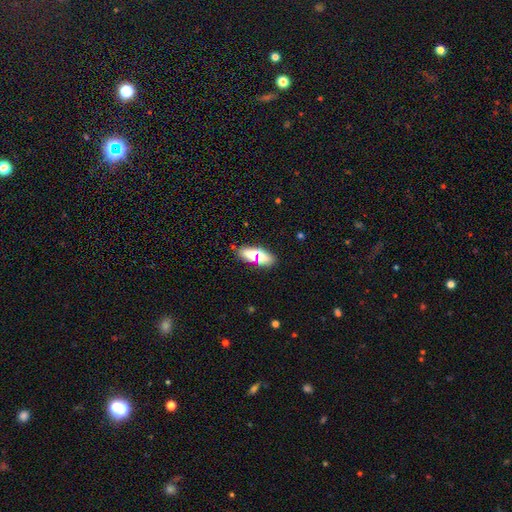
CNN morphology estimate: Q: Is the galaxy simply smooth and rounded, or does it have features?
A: smooth — 69%.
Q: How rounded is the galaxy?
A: in between — 70%.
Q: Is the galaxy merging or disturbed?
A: none — 85%.